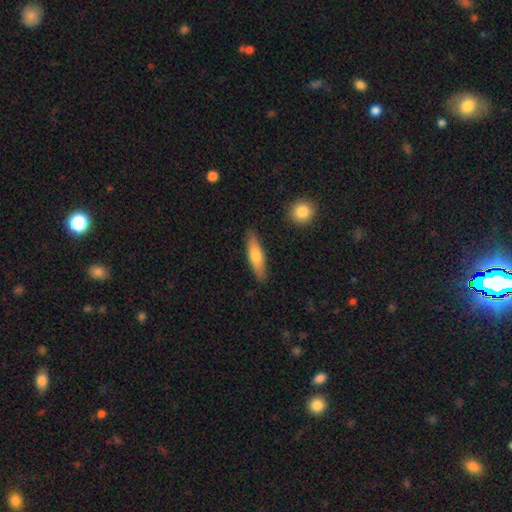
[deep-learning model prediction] Smooth or featured? Predicted: smooth (p=0.63). How rounded? Predicted: cigar-shaped (p=0.70). Merging? Predicted: none (p=0.88).